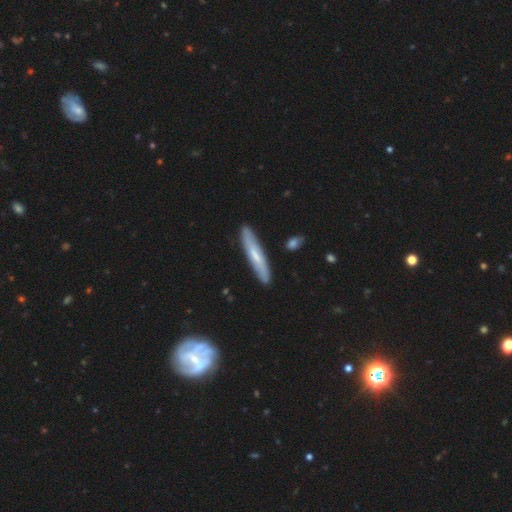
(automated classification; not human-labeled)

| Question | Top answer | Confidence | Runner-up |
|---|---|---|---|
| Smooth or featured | smooth | 52% | featured or disk (43%) |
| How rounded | cigar-shaped | 89% | in between (10%) |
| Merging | none | 86% | minor disturbance (10%) |